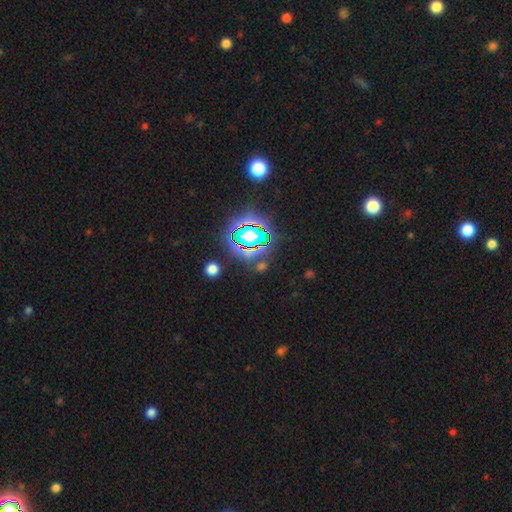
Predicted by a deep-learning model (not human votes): star or artifact 80%, smooth 13%, featured or disk 8%.